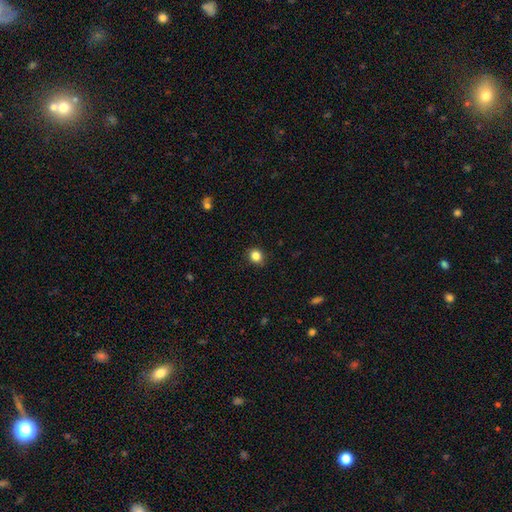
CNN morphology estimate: This is clearly a smooth galaxy (84%). How rounded: likely round (80%). Merging: clearly none (87%).